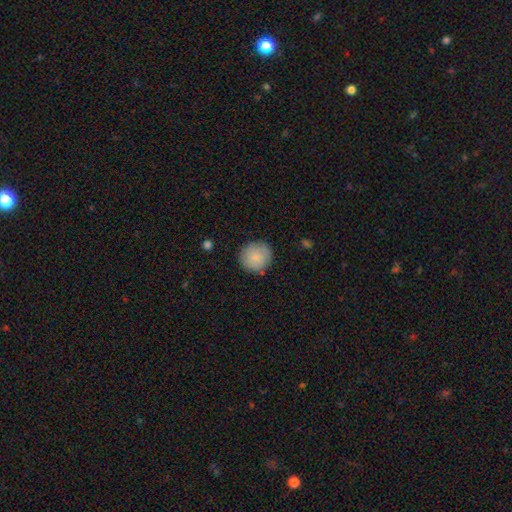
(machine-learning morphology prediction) This is clearly a smooth galaxy (87%). How rounded: clearly round (93%). Merging: clearly none (87%).